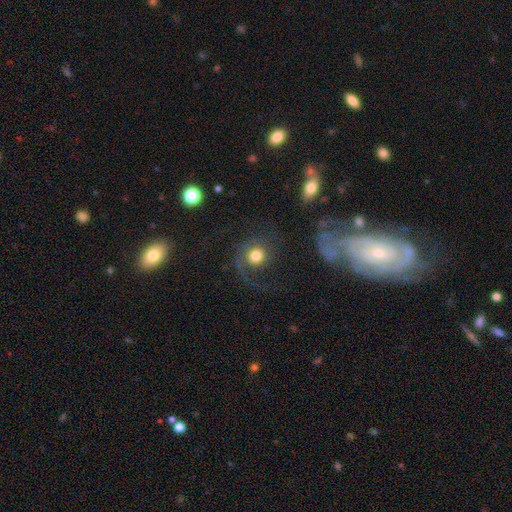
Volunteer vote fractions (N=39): Smooth or featured: featured or disk — 64% (smooth — 31%)
Edge-on disk: no — 96% (yes — 4%)
Bar: no — 83% (weak — 17%)
Spiral arms: yes — 92% (no — 8%)
Spiral winding: loose — 59% (medium — 27%)
Spiral arm count: 2 — 68% (1 — 27%)
Bulge size: large — 38% (moderate — 33%)
Merging: none — 57% (major disturbance — 30%)